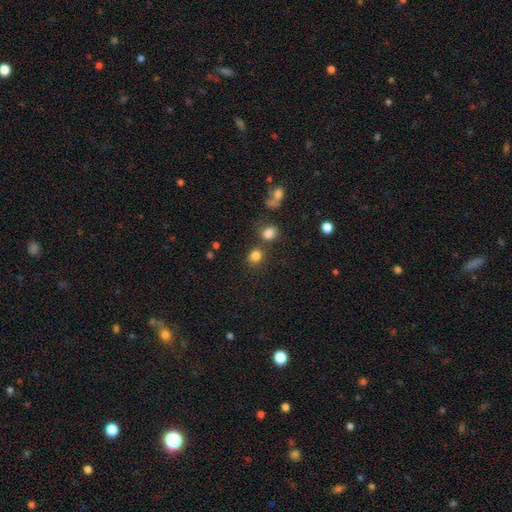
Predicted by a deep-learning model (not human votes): Morphology: type=smooth (81%); roundness=round (77%); merging=none (69%).